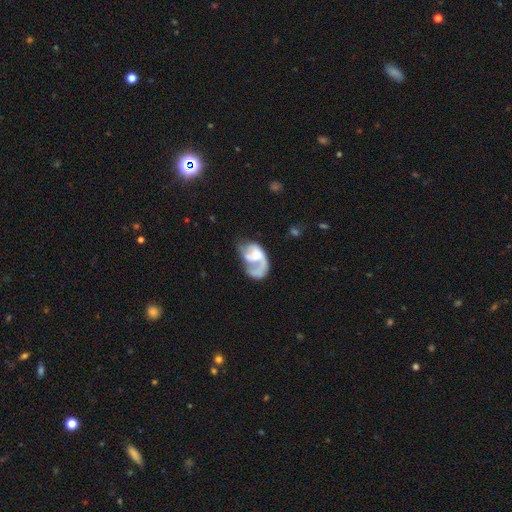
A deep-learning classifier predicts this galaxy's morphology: smooth_or_featured: featured or disk (p=0.68) [alt: smooth p=0.26]
disk_edge_on: no (p=0.98) [alt: yes p=0.02]
bar: no (p=0.67) [alt: weak p=0.27]
has_spiral_arms: yes (p=0.74) [alt: no p=0.26]
bulge_size: moderate (p=0.36) [alt: none p=0.23]
merging: major disturbance (p=0.42) [alt: none p=0.27]